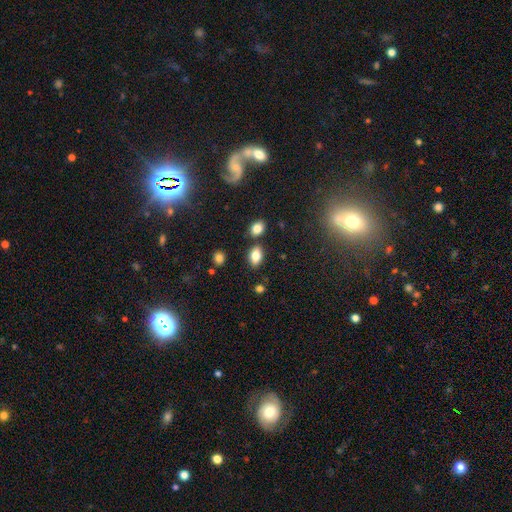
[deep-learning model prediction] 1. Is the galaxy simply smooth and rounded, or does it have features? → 81% smooth, 10% featured or disk, 9% star or artifact.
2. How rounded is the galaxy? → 88% in between, 9% round, 3% cigar-shaped.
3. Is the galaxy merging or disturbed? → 77% none, 11% minor disturbance, 8% merger, 3% major disturbance.